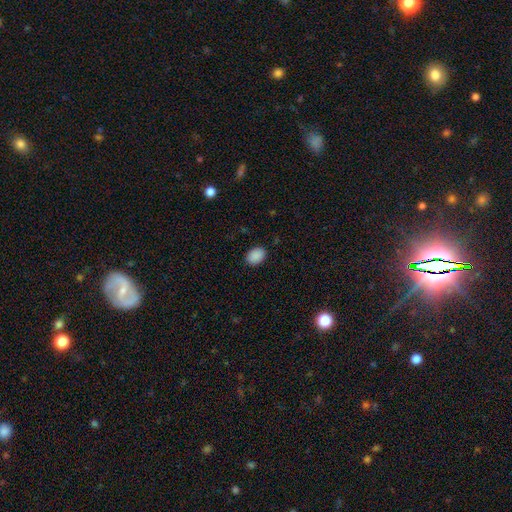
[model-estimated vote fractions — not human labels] Morphology: type=smooth (89%); roundness=in between (73%); merging=none (87%).